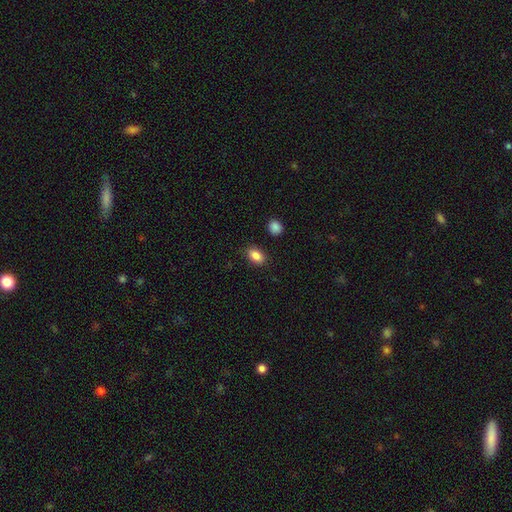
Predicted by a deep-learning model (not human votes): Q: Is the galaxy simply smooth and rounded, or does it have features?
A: smooth — 87%.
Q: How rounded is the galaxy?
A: in between — 87%.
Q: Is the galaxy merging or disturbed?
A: none — 87%.